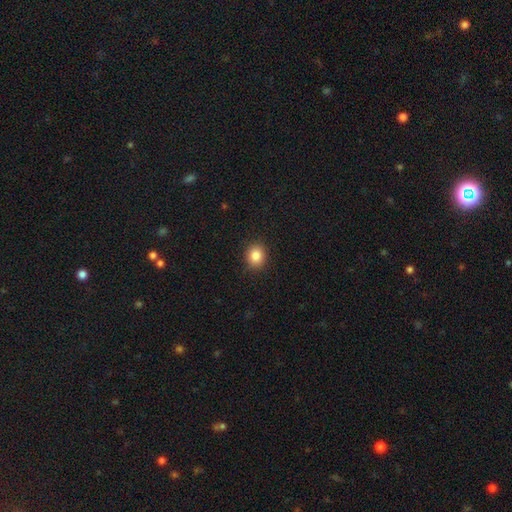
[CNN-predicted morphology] This is clearly a smooth galaxy (85%). How rounded: likely round (72%). Merging: clearly none (91%).